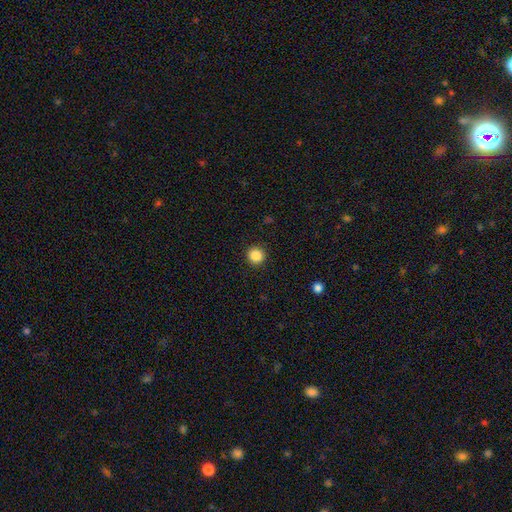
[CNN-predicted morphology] A smooth galaxy with no disk features (87%) that is round (95%).

Vote fractions:
- Smooth or featured? smooth: 87% / star or artifact: 10% / featured or disk: 3%
- How rounded? round: 95% / in between: 4% / cigar-shaped: 1%
- Merging? none: 92% / minor disturbance: 5% / major disturbance: 2% / merger: 1%